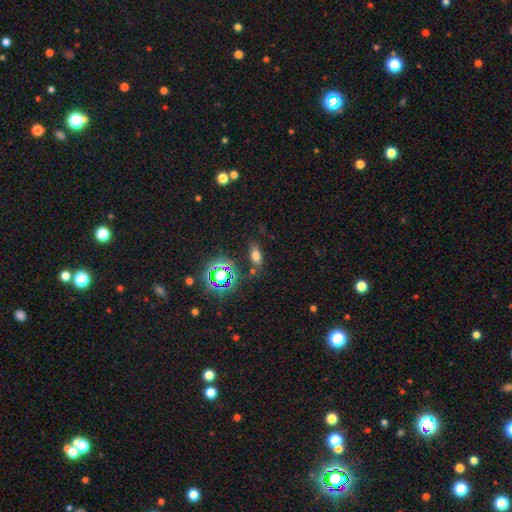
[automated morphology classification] The model was most divided on "smooth or featured": smooth: 64%, star or artifact: 25%, featured or disk: 11%. More confident: how rounded — in between (81%); merging — none (78%).